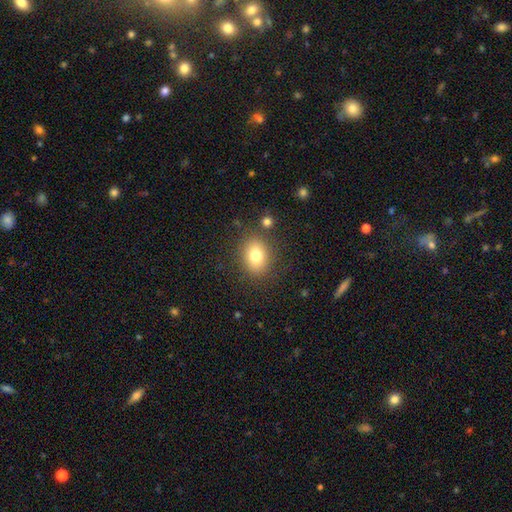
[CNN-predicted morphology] type=smooth (78%); roundness=in between (51%); merging=none (83%).